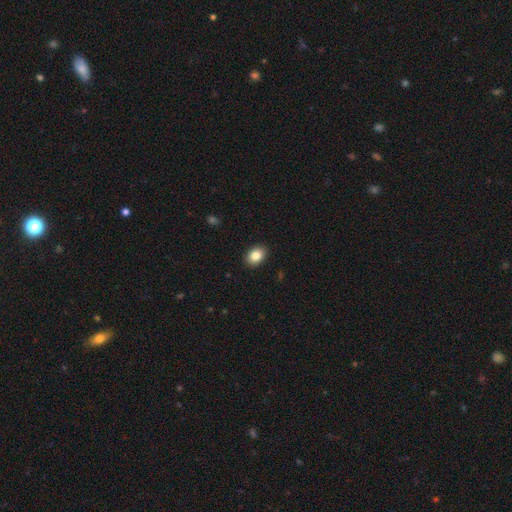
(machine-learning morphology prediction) smooth_or_featured: smooth (p=0.84) [alt: star or artifact p=0.09]
how_rounded: in between (p=0.73) [alt: round p=0.26]
merging: none (p=0.91) [alt: minor disturbance p=0.07]